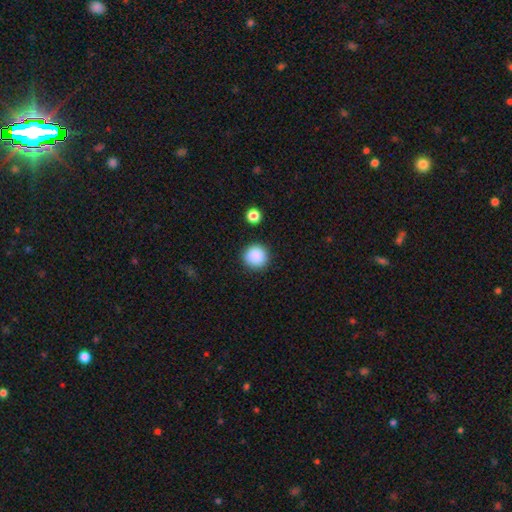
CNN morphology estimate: Smooth or featured? smooth (88%)
How rounded? round (94%)
Merging? none (89%)